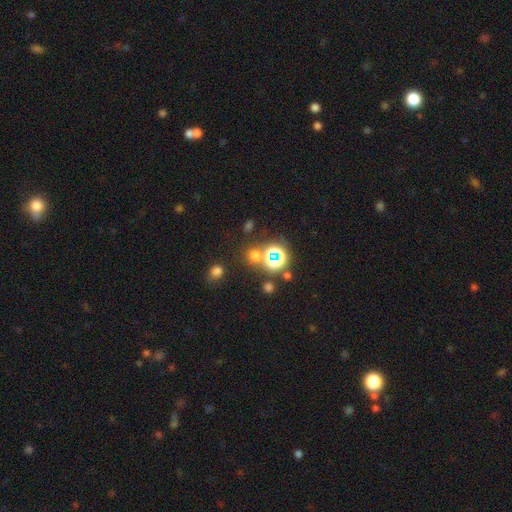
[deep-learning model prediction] smooth 51%, star or artifact 43%, featured or disk 7%. Down the decision tree: how rounded — round (84%); merging — none (73%).